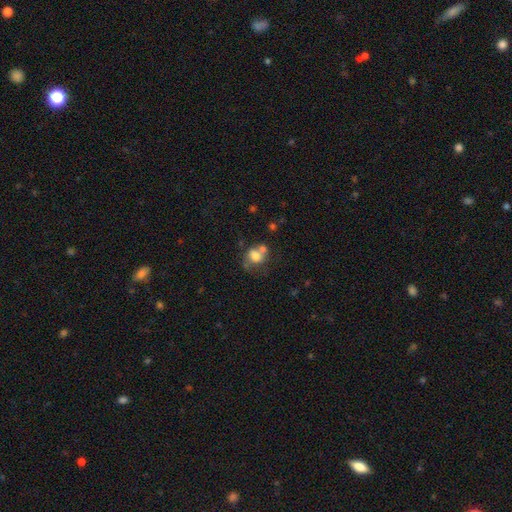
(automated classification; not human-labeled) A smooth galaxy with no disk features (64%) that is round (55%).

Vote fractions:
- Smooth or featured? smooth: 64% / featured or disk: 25% / star or artifact: 11%
- How rounded? round: 55% / in between: 44% / cigar-shaped: 1%
- Merging? merger: 42% / none: 28% / minor disturbance: 16% / major disturbance: 15%